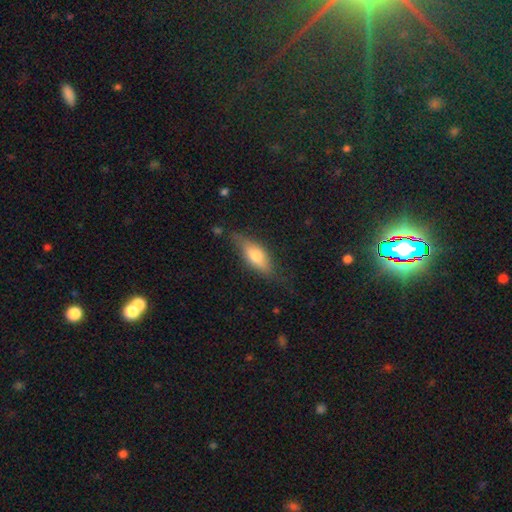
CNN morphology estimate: Smooth or featured? smooth (61%)
How rounded? in between (63%)
Merging? none (68%)